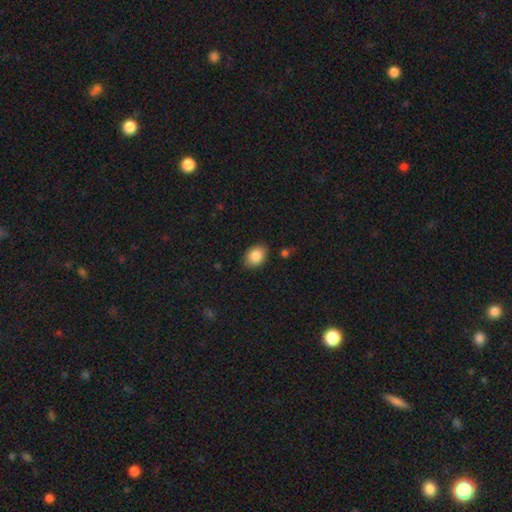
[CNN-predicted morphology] Q: Smooth or featured?
A: smooth (86%); runner-up: star or artifact (8%)
Q: How rounded?
A: in between (71%); runner-up: round (28%)
Q: Merging?
A: none (85%); runner-up: minor disturbance (11%)